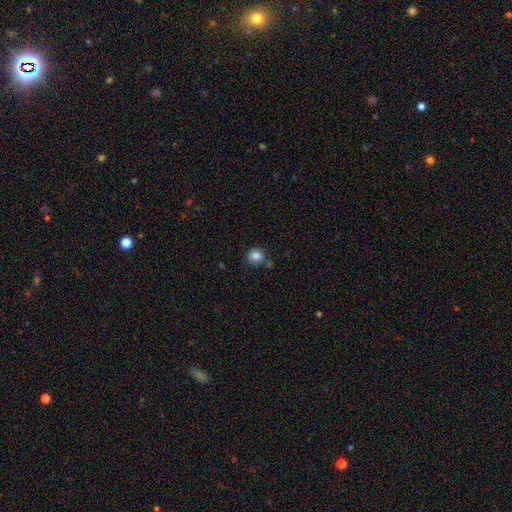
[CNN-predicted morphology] smooth 84%, star or artifact 10%, featured or disk 6%. Down the decision tree: how rounded — round (84%); merging — none (76%).